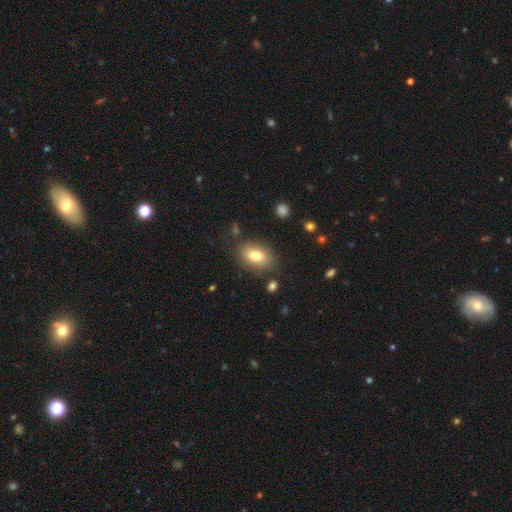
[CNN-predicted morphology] This appears to be a smooth galaxy with no disk features (79%) that is in between round and cigar-shaped (85%). Merging: none (80%).